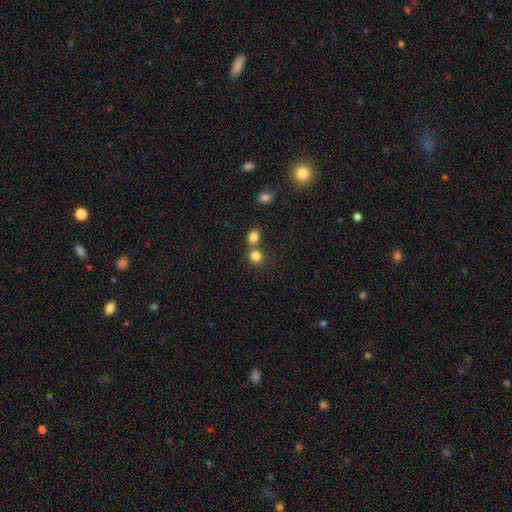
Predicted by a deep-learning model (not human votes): The model was most divided on "merging": none: 57%, merger: 34%, minor disturbance: 7%, major disturbance: 3%. More confident: how rounded — round (85%); smooth or featured — smooth (82%).